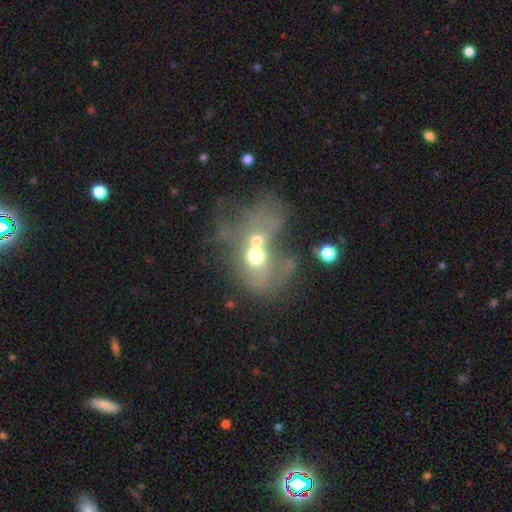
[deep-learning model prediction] Overall: smooth (44%; featured or disk 40%). Merging: merger (71%).